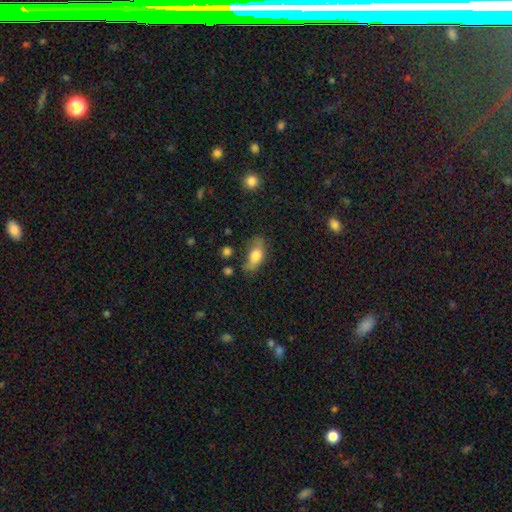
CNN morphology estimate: This is likely a smooth galaxy (69%). How rounded: clearly in between (83%). Merging: possibly none (49%).